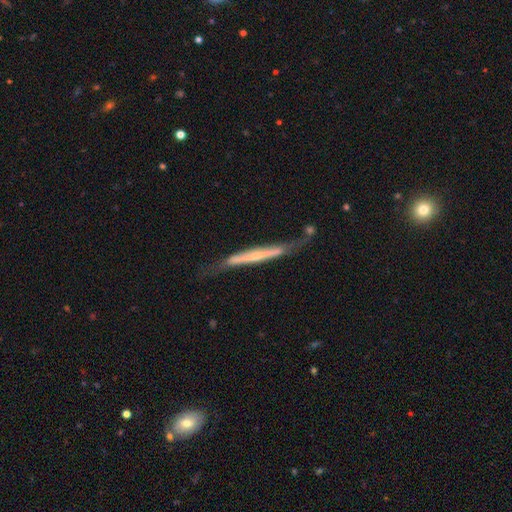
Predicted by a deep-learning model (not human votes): Overall: featured or disk (68%). Edge-on disk: yes (86%). Edge-on bulge: none (49%; rounded 40%). Merging: none (53%; minor disturbance 28%).